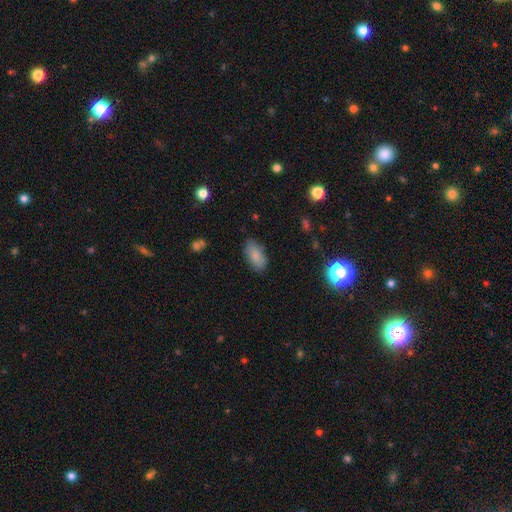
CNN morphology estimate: Smooth or featured? Predicted: smooth (p=0.85). How rounded? Predicted: in between (p=0.92). Merging? Predicted: none (p=0.83).